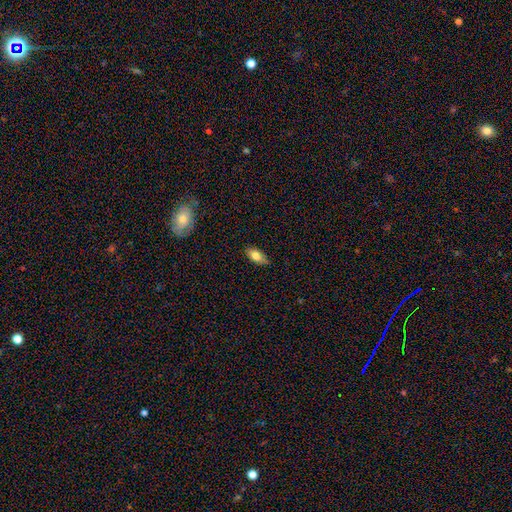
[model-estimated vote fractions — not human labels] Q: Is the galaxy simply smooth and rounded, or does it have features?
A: smooth — 76%.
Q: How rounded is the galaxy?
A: in between — 86%.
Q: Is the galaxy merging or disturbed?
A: none — 80%.